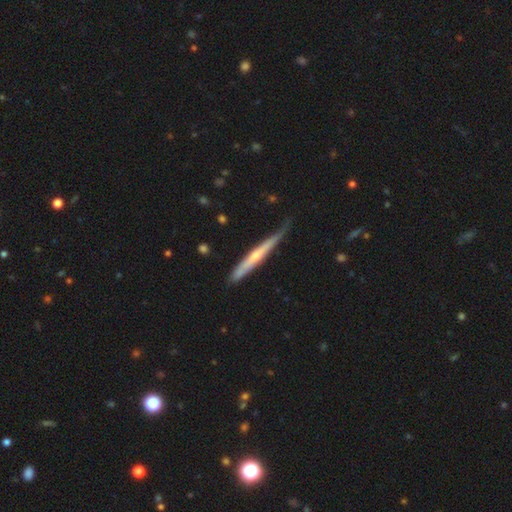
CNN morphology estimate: smooth-or-featured: featured or disk: 60% | smooth: 35% | star or artifact: 5%
  disk-edge-on: yes: 93% | no: 7%
    edge-on-bulge: rounded: 60% | none: 36% | boxy: 4%
  merging: none: 62% | minor disturbance: 30% | major disturbance: 6% | merger: 2%